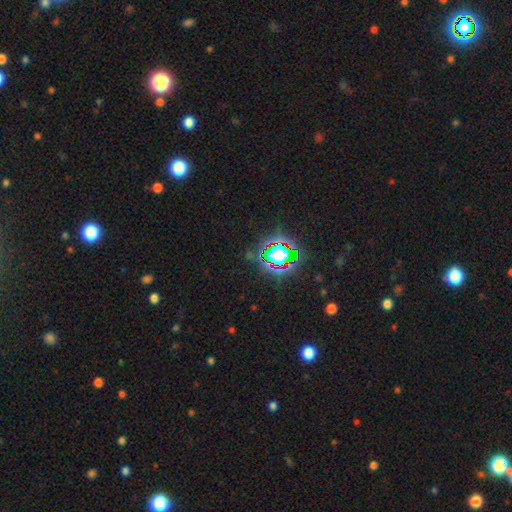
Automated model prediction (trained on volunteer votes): Smooth or featured? Predicted: star or artifact (p=0.79).